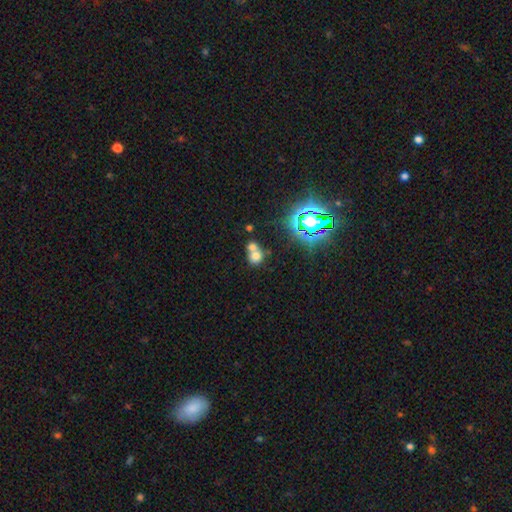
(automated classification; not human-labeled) Smooth or featured?
  - smooth: 65% *
  - star or artifact: 19%
  - featured or disk: 16%
How rounded?
  - round: 74% *
  - in between: 25%
  - cigar-shaped: 1%
Merging?
  - merger: 60% *
  - none: 30%
  - minor disturbance: 6%
  - major disturbance: 3%